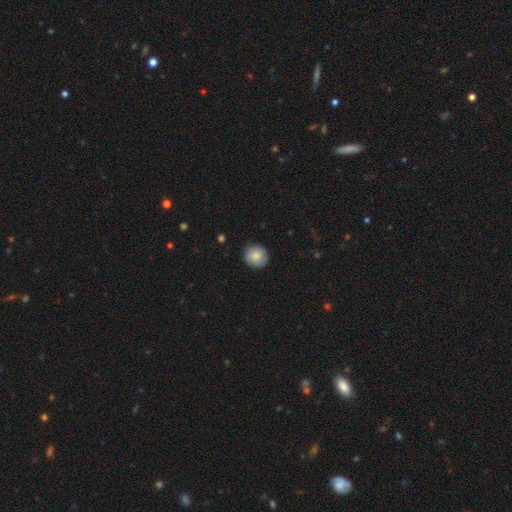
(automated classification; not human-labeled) Smooth or featured?
  - smooth: 82% *
  - featured or disk: 11%
  - star or artifact: 7%
How rounded?
  - round: 89% *
  - in between: 10%
  - cigar-shaped: 1%
Merging?
  - none: 87% *
  - minor disturbance: 10%
  - major disturbance: 2%
  - merger: 1%